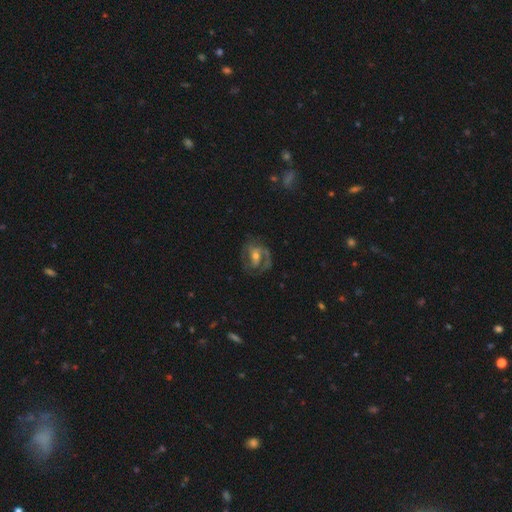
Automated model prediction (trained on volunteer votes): smooth-or-featured: featured or disk: 80% | smooth: 14% | star or artifact: 6%
  disk-edge-on: no: 97% | yes: 3%
    bar: weak: 43% | no: 33% | strong: 24%
    has-spiral-arms: yes: 89% | no: 11%
      spiral-winding: medium: 49% | tight: 31% | loose: 20%
      spiral-arm-count: 2: 63% | 1: 13% | can't tell: 12% | 3: 8% | 4: 2% | more than 4: 2%
    bulge-size: moderate: 53% | small: 41% | large: 4% | none: 2% | dominant: 1%
  merging: none: 64% | minor disturbance: 18% | major disturbance: 16% | merger: 2%